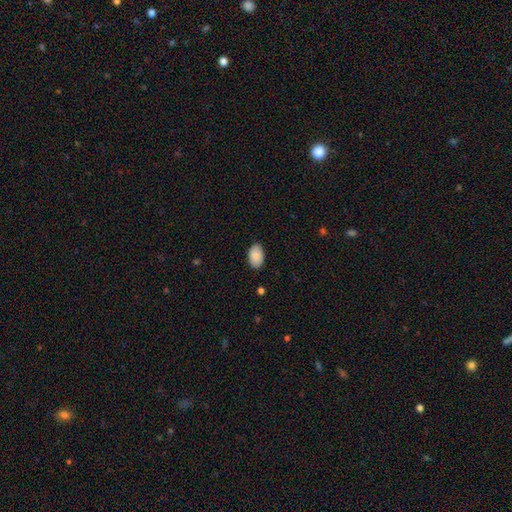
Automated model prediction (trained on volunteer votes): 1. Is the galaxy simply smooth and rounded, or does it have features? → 90% smooth, 6% star or artifact, 4% featured or disk.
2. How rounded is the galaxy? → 93% in between, 6% round, 1% cigar-shaped.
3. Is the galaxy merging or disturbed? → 87% none, 10% minor disturbance, 2% major disturbance, 1% merger.